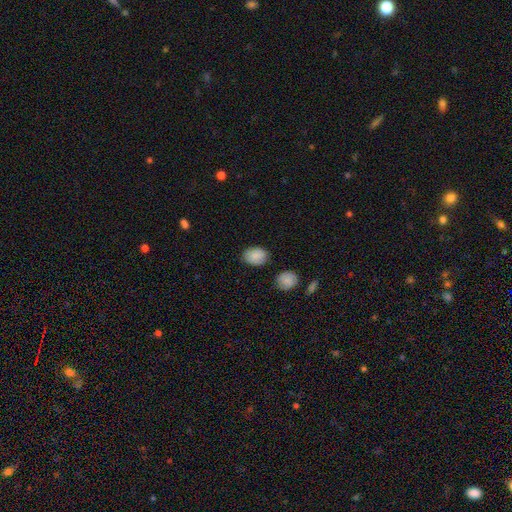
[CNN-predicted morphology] This is clearly a smooth galaxy (87%). How rounded: likely in between (69%). Merging: likely none (80%).